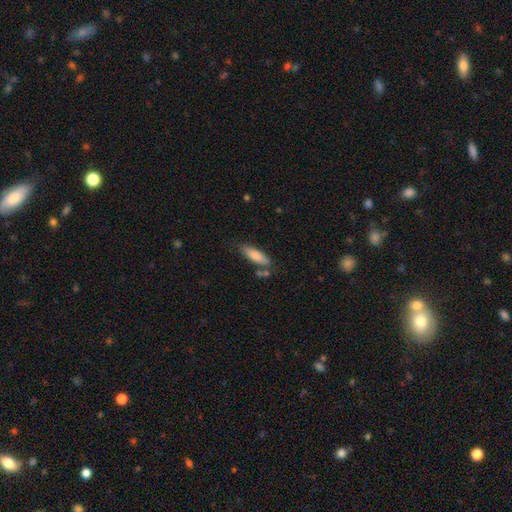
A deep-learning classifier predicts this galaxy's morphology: Overall: smooth (82%). How rounded: in between (51%; cigar-shaped 47%). Merging: none (64%).